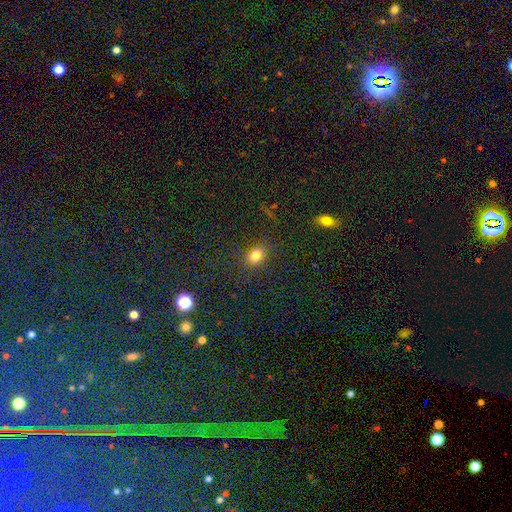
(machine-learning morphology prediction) smooth-or-featured: smooth: 80% | star or artifact: 14% | featured or disk: 6%
  how-rounded: round: 53% | in between: 45% | cigar-shaped: 2%
  merging: none: 85% | minor disturbance: 10% | major disturbance: 4% | merger: 2%